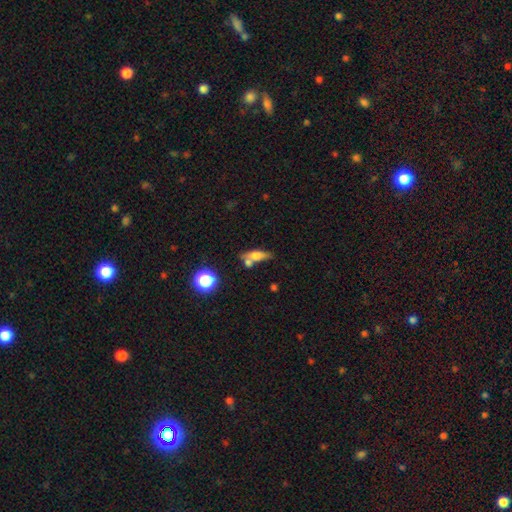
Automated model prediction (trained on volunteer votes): This is possibly a smooth galaxy (60%). How rounded: possibly in between (52%). Merging: possibly none (49%).